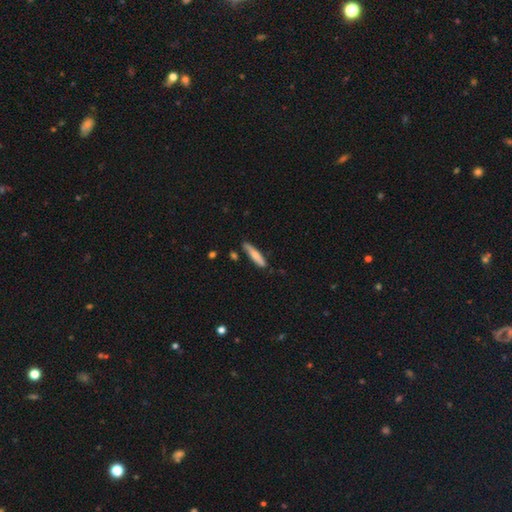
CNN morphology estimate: type=smooth (71%); roundness=cigar-shaped (86%); merging=none (77%).